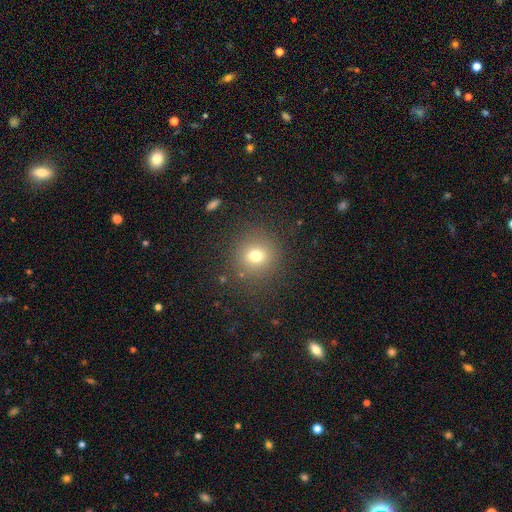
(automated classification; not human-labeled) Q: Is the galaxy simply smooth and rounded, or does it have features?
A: smooth — 73%.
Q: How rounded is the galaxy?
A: round — 90%.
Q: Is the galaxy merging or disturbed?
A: none — 86%.